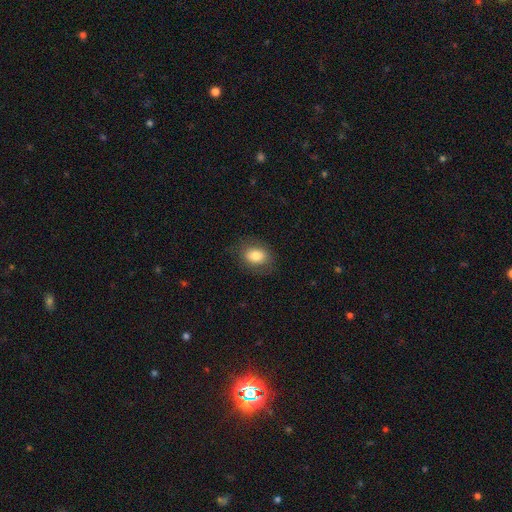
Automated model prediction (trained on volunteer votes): This appears to be a smooth galaxy with no disk features (79%) that is in between round and cigar-shaped (63%). Merging: none (80%).